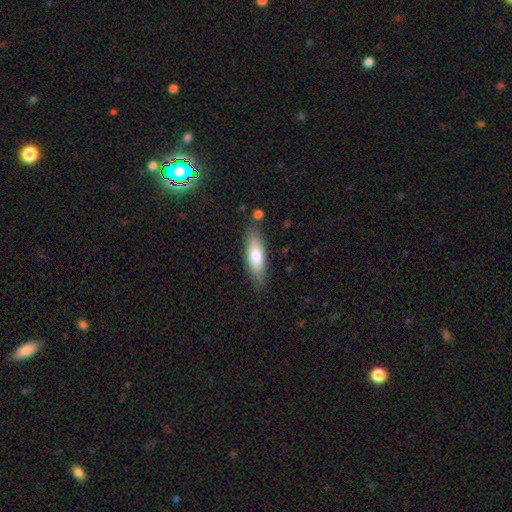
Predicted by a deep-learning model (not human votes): smooth-or-featured: smooth: 68% | featured or disk: 25% | star or artifact: 6%
  how-rounded: in between: 53% | cigar-shaped: 45% | round: 2%
  merging: none: 80% | minor disturbance: 13% | merger: 4% | major disturbance: 3%